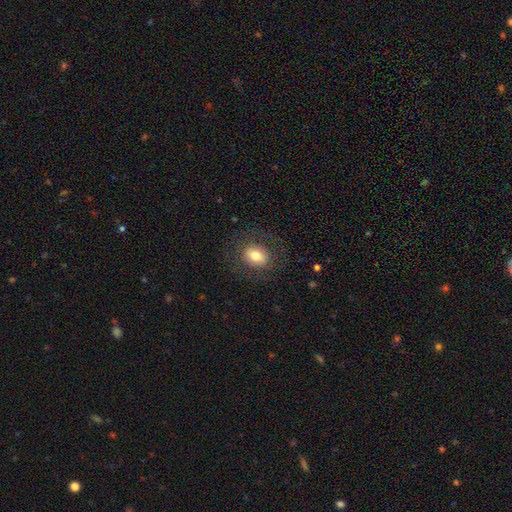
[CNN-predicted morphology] Overall: smooth (75%). How rounded: in between (53%; round 46%). Merging: none (81%).